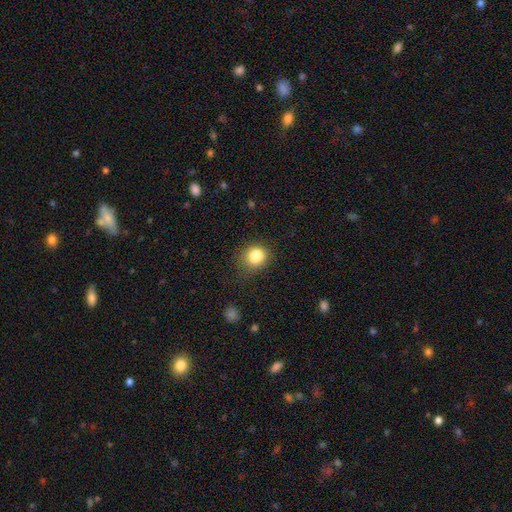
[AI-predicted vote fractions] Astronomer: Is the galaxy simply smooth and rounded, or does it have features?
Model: smooth — 85%.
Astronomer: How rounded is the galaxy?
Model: round — 73%.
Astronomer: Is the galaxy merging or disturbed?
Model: none — 74%.